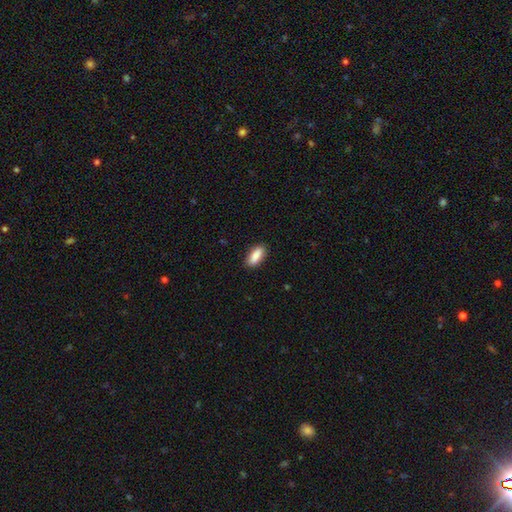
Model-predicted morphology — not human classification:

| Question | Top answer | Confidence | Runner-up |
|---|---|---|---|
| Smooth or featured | smooth | 88% | star or artifact (6%) |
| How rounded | in between | 80% | cigar-shaped (18%) |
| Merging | none | 88% | minor disturbance (9%) |